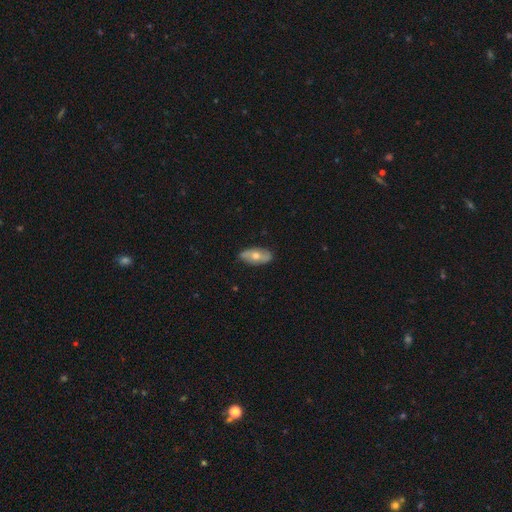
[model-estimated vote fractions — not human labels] A smooth galaxy with no disk features (53%) that is in between round and cigar-shaped (88%).

Vote fractions:
- Smooth or featured? smooth: 53% / featured or disk: 41% / star or artifact: 6%
- How rounded? in between: 88% / cigar-shaped: 8% / round: 4%
- Merging? none: 84% / minor disturbance: 13% / major disturbance: 2% / merger: 1%